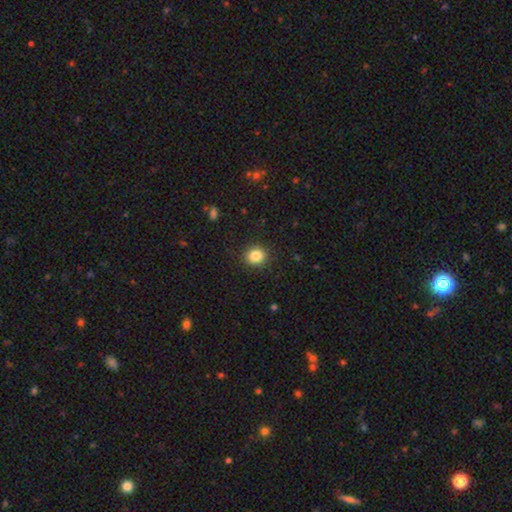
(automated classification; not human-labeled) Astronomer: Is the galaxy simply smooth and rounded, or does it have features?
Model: smooth — 85%.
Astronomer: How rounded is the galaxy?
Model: round — 77%.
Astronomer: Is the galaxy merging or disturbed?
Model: none — 90%.